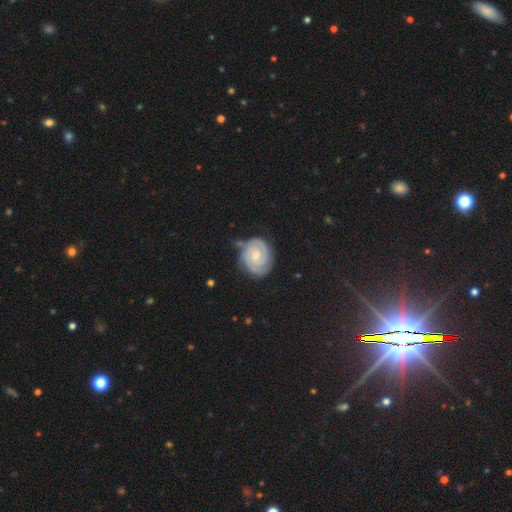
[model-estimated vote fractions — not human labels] This is clearly a featured or disk galaxy (84%). It is clearly not viewed edge-on (98%). Bar: likely no (61%). Spiral arm pattern: clearly yes (97%). Spiral arm count: likely 2 (67%). Spiral winding: likely tight (78%). Central bulge: possibly moderate (55%). Merging: likely none (75%).